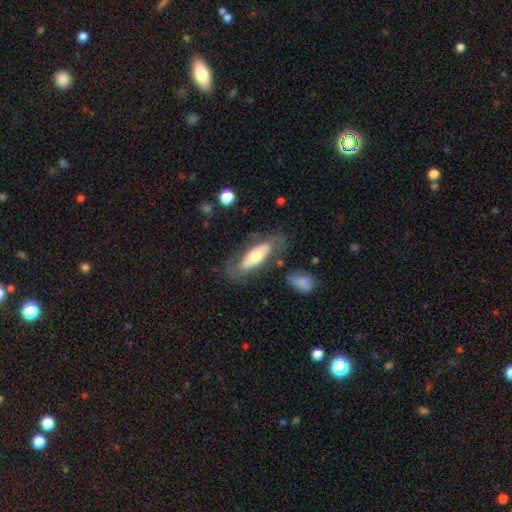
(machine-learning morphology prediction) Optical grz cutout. It shows a smooth galaxy with no disk features (48%). Merging: none (68%).